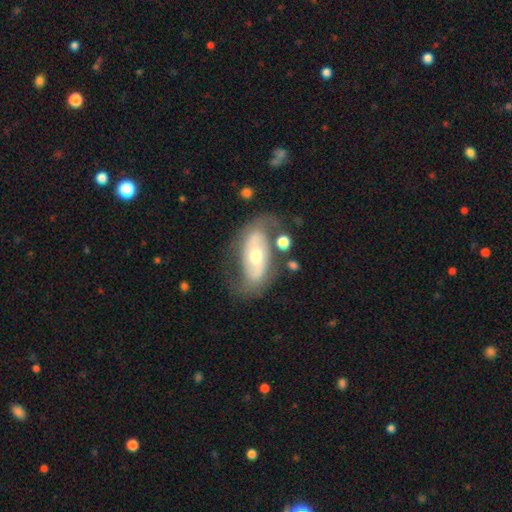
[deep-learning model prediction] The model was most divided on "bar": no: 55%, weak: 25%, strong: 20%. More confident: edge-on disk — no (92%); smooth or featured — featured or disk (69%); spiral arms — yes (65%); bulge size — moderate (63%); merging — none (59%).